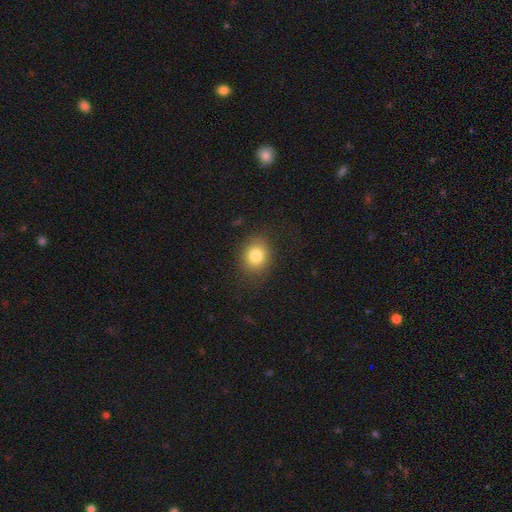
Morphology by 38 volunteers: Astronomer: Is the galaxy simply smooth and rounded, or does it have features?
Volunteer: smooth — 89%.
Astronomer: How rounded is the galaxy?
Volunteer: round — 68%.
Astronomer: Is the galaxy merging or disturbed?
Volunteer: none — 86%.